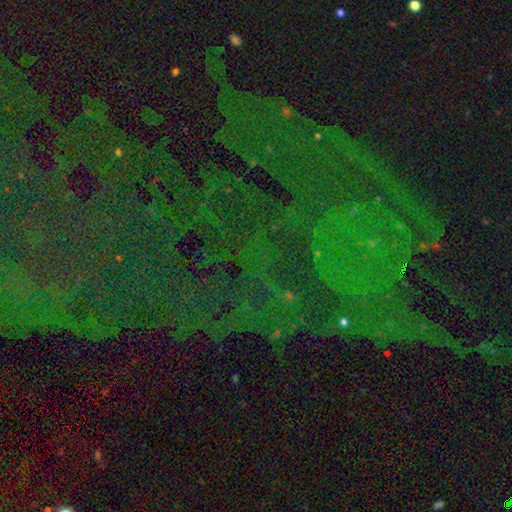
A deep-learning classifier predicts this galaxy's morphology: Smooth or featured? Predicted: star or artifact (p=0.80).